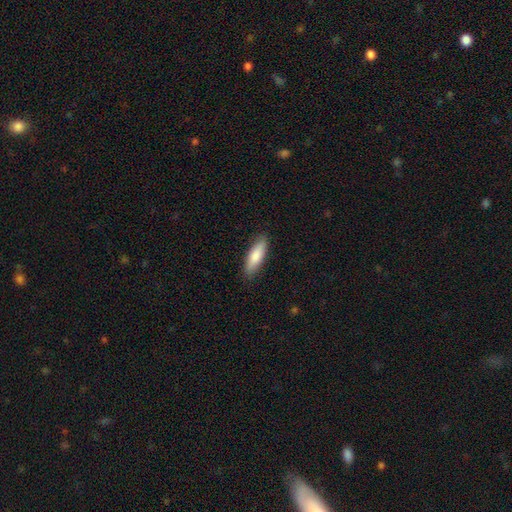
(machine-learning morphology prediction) Q: Smooth or featured?
A: smooth (83%); runner-up: featured or disk (12%)
Q: How rounded?
A: cigar-shaped (50%); runner-up: in between (49%)
Q: Merging?
A: none (87%); runner-up: minor disturbance (10%)